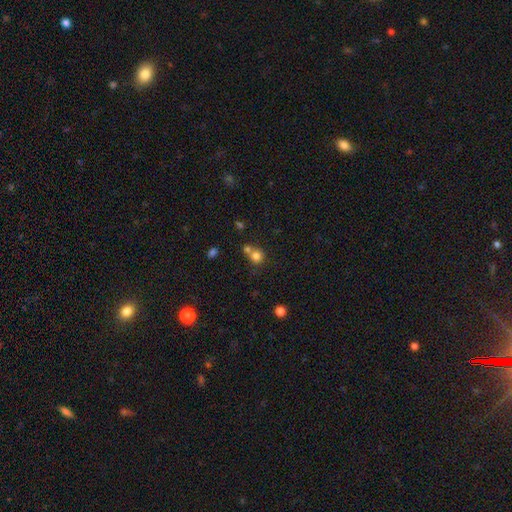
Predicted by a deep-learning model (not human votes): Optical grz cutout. It shows a smooth galaxy with no disk features (78%) that is round (86%). Merging: none (49%).